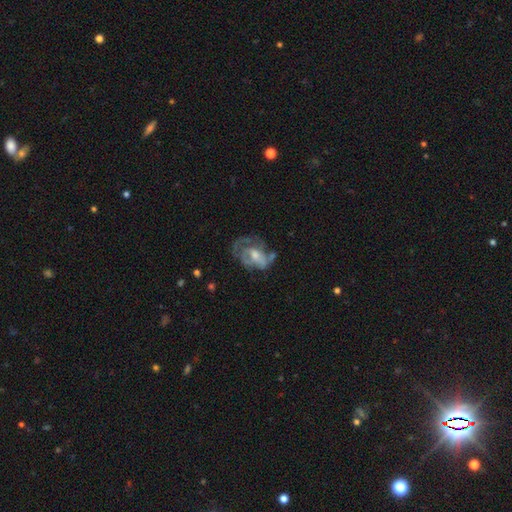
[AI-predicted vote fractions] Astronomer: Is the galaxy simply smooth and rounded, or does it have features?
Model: featured or disk — 69%.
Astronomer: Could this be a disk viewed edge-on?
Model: no — 96%.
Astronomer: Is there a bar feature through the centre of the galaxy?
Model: no — 60%.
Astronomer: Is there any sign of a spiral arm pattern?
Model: yes — 64%.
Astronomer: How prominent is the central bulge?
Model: moderate — 56%.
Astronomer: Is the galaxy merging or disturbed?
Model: major disturbance — 36%, tied with none at 36%.